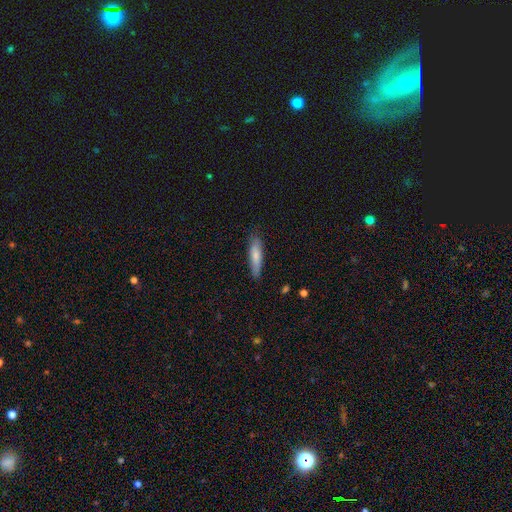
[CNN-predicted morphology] Smooth or featured?
  - smooth: 75% *
  - featured or disk: 19%
  - star or artifact: 6%
How rounded?
  - cigar-shaped: 78% *
  - in between: 21%
  - round: 1%
Merging?
  - none: 82% *
  - minor disturbance: 14%
  - major disturbance: 2%
  - merger: 1%